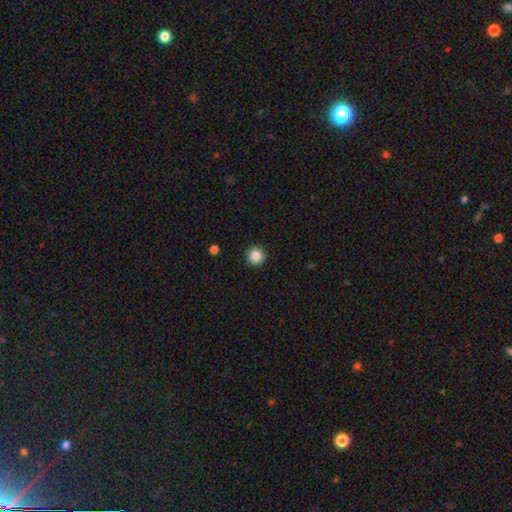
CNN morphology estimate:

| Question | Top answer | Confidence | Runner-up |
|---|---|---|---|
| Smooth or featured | smooth | 86% | star or artifact (10%) |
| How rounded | round | 96% | in between (3%) |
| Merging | none | 93% | minor disturbance (5%) |